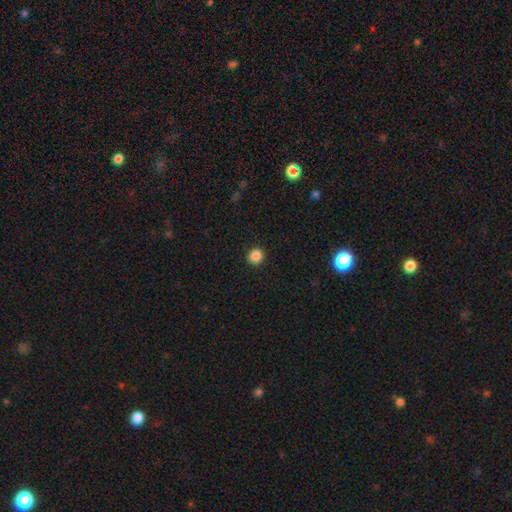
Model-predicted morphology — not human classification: Smooth or featured? Predicted: smooth (p=0.87). How rounded? Predicted: round (p=0.87). Merging? Predicted: none (p=0.92).